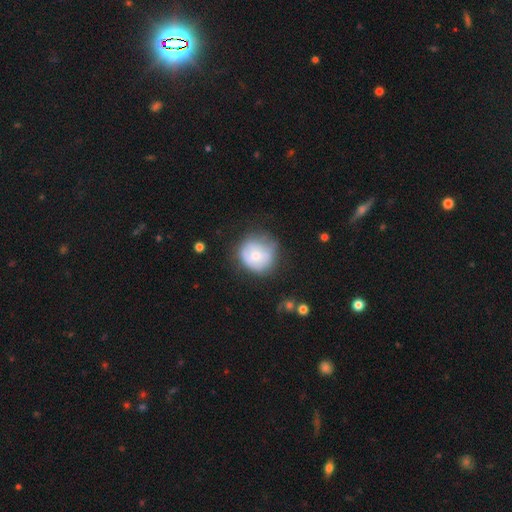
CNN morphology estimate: Q: Smooth or featured?
A: smooth (61%); runner-up: featured or disk (31%)
Q: How rounded?
A: round (85%); runner-up: in between (14%)
Q: Merging?
A: none (53%); runner-up: minor disturbance (29%)